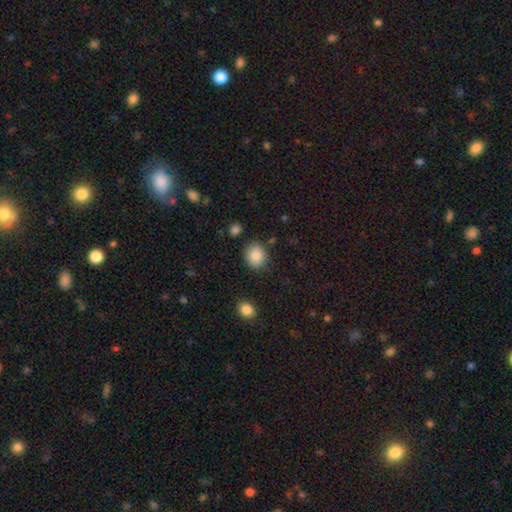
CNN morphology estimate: A smooth galaxy with no disk features (87%) that is round (77%). Merging: none (84%).